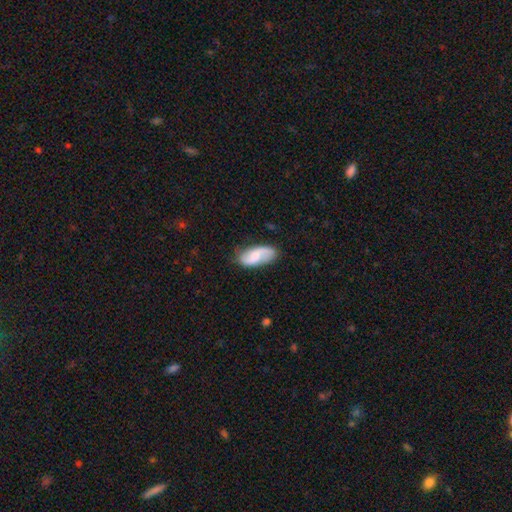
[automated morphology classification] type=featured or disk (49%); merging=none (74%).